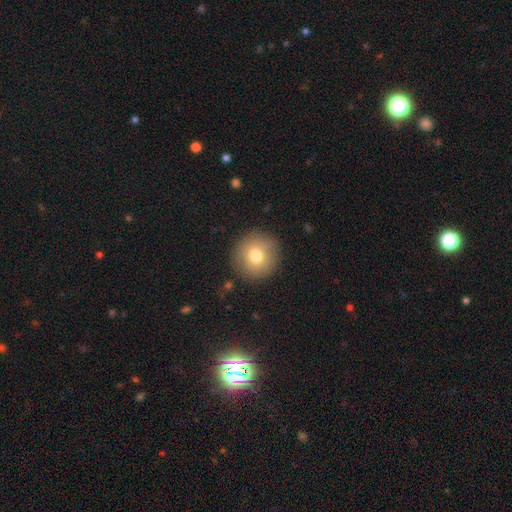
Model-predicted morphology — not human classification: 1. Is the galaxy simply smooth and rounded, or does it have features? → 76% smooth, 14% featured or disk, 10% star or artifact.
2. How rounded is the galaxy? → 95% round, 4% in between, 1% cigar-shaped.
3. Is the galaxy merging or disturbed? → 88% none, 8% minor disturbance, 3% major disturbance, 1% merger.